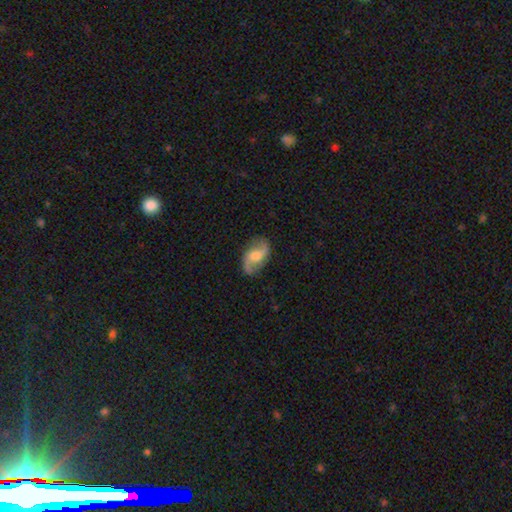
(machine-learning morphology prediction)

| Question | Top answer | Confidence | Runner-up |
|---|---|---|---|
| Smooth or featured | featured or disk | 80% | smooth (14%) |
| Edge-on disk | no | 97% | yes (3%) |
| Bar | weak | 45% | tied: no (45%) |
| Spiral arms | yes | 95% | no (5%) |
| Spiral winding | loose | 66% | medium (28%) |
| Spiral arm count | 2 | 93% | can't tell (3%) |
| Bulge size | moderate | 55% | small (28%) |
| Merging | none | 81% | minor disturbance (13%) |